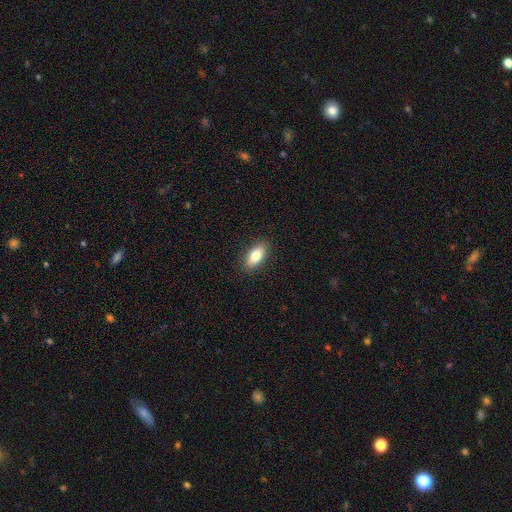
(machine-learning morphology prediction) type=smooth (79%); roundness=in between (86%); merging=none (89%).